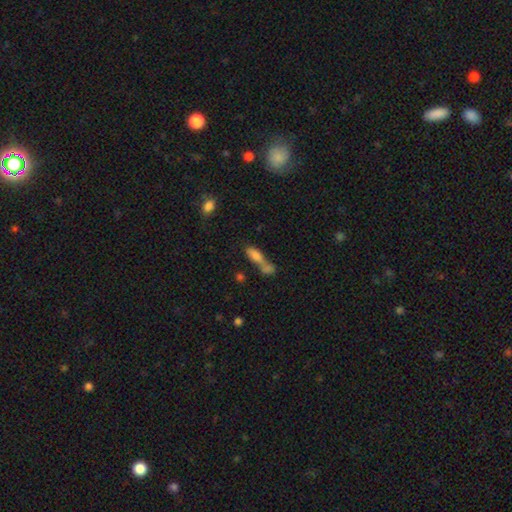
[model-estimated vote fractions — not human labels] This appears to be a smooth galaxy with no disk features (75%) that is in between round and cigar-shaped (63%). Merging: merger (63%).